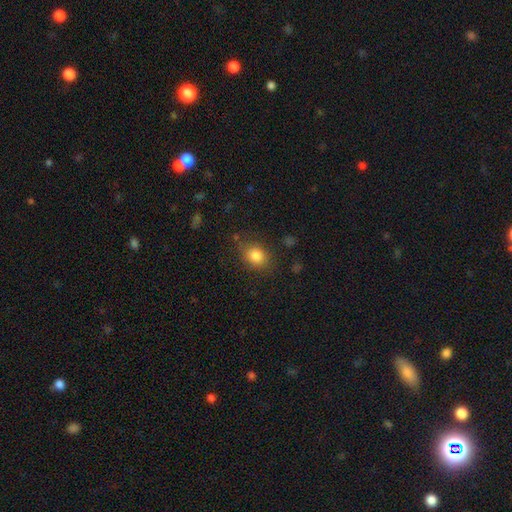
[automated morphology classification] smooth-or-featured: smooth: 83% | star or artifact: 10% | featured or disk: 7%
  how-rounded: in between: 52% | round: 47% | cigar-shaped: 1%
  merging: none: 74% | minor disturbance: 17% | major disturbance: 6% | merger: 2%